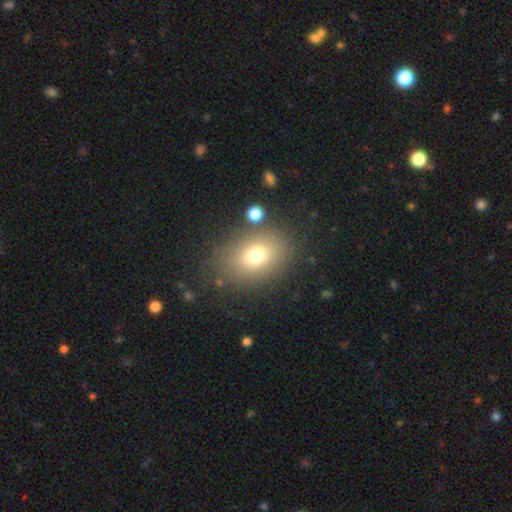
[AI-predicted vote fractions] A smooth galaxy with no disk features (73%) that is in between round and cigar-shaped (68%). Merging: none (80%).